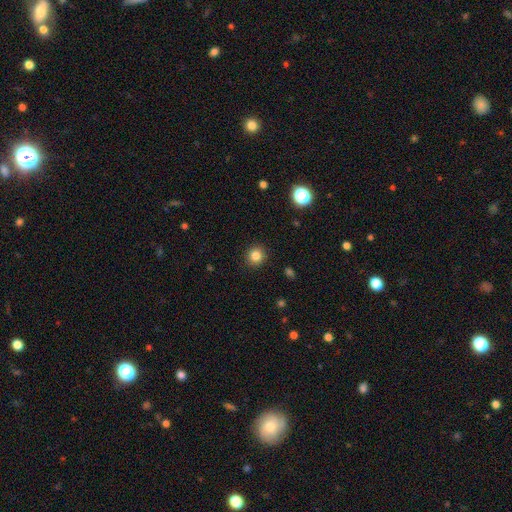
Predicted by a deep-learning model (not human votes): This appears to be a smooth galaxy with no disk features (84%) that is round (91%). Merging: none (91%).